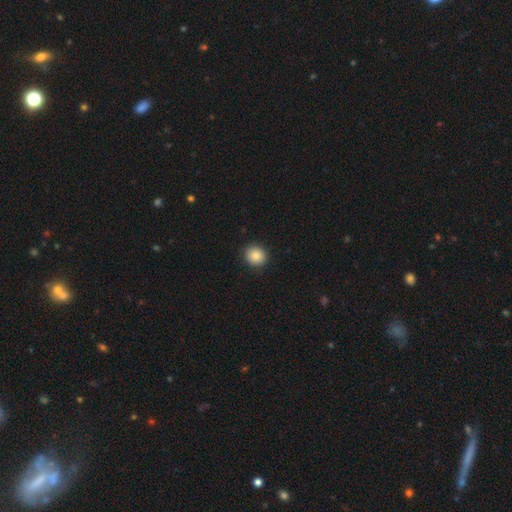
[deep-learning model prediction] Morphology: type=smooth (86%); roundness=round (85%); merging=none (90%).